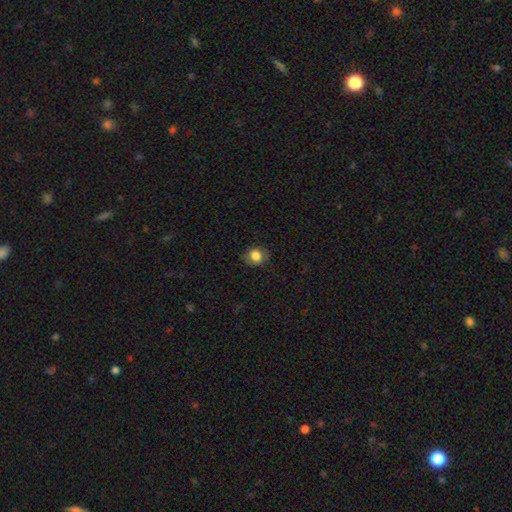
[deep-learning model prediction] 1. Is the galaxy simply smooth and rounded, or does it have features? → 83% smooth, 10% star or artifact, 7% featured or disk.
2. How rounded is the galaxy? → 71% round, 28% in between, 1% cigar-shaped.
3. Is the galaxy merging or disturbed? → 82% none, 14% minor disturbance, 3% major disturbance, 1% merger.